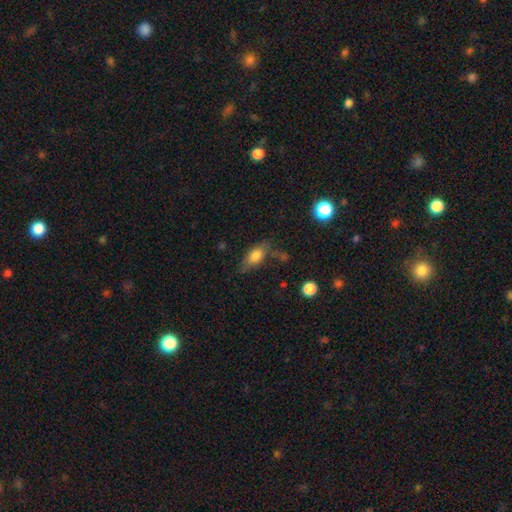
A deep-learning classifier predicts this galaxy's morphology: The model was most divided on "merging": none: 59%, minor disturbance: 25%, major disturbance: 10%, merger: 7%. More confident: how rounded — in between (81%); smooth or featured — smooth (73%).